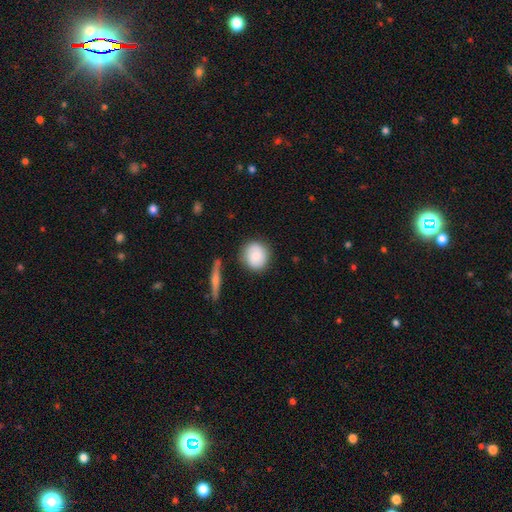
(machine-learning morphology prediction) Smooth or featured? smooth (76%)
How rounded? round (85%)
Merging? none (80%)